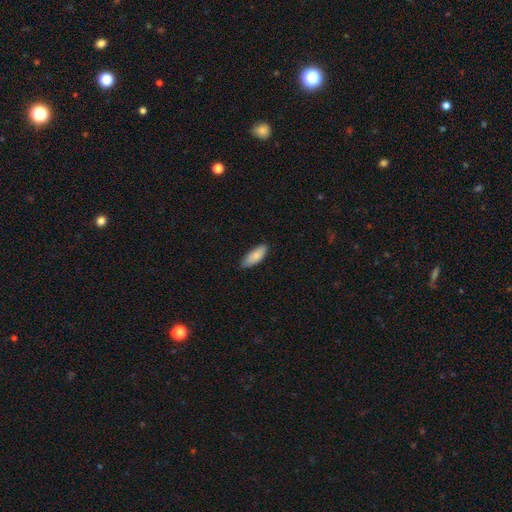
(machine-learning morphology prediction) Smooth or featured: smooth — 86% (featured or disk — 9%)
How rounded: in between — 76% (cigar-shaped — 23%)
Merging: none — 83% (minor disturbance — 14%)